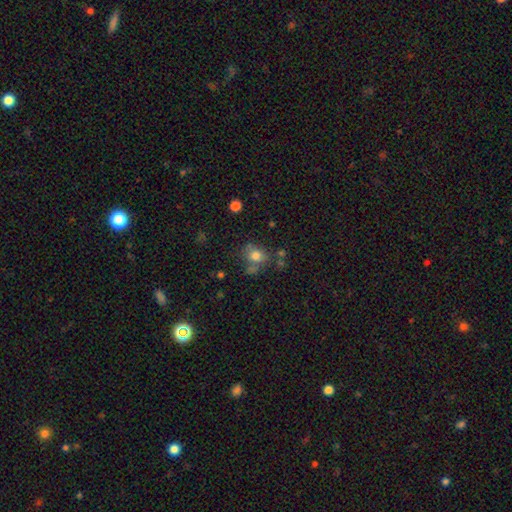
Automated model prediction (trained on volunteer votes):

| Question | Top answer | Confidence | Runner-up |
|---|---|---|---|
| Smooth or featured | smooth | 76% | star or artifact (14%) |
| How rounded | round | 70% | in between (29%) |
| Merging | none | 59% | minor disturbance (17%) |